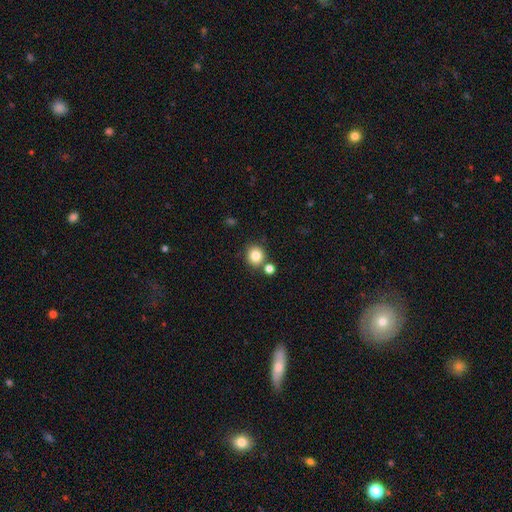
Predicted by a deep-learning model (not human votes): smooth_or_featured: smooth (p=0.83) [alt: star or artifact p=0.11]
how_rounded: round (p=0.88) [alt: in between p=0.11]
merging: none (p=0.73) [alt: merger p=0.16]